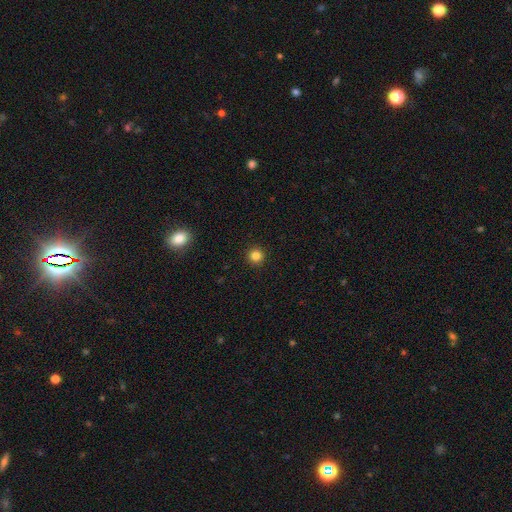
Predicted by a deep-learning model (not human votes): A smooth galaxy with no disk features (84%) that is round (96%). Merging: none (93%).